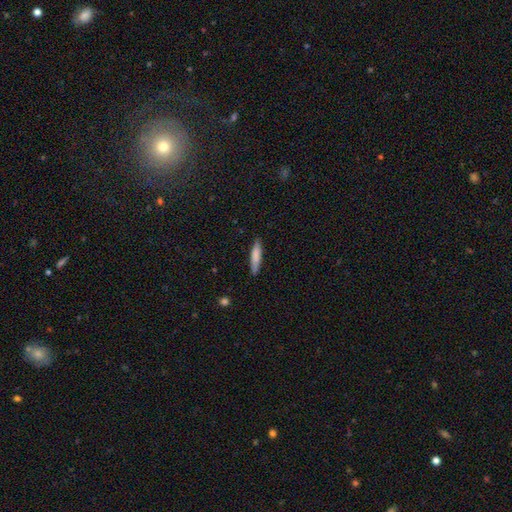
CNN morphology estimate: A smooth galaxy with no disk features (77%) that is cigar-shaped (88%).

Vote fractions:
- Smooth or featured? smooth: 77% / featured or disk: 18% / star or artifact: 6%
- How rounded? cigar-shaped: 88% / in between: 11% / round: 1%
- Merging? none: 87% / minor disturbance: 10% / major disturbance: 2% / merger: 1%